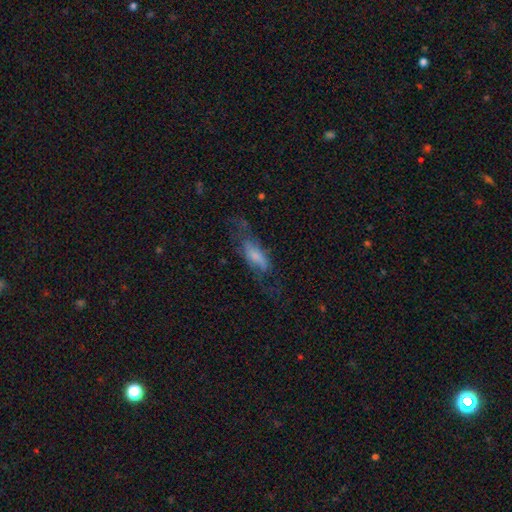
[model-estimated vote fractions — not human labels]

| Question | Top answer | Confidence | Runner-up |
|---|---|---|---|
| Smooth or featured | smooth | 47% | featured or disk (43%) |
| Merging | none | 39% | major disturbance (34%) |